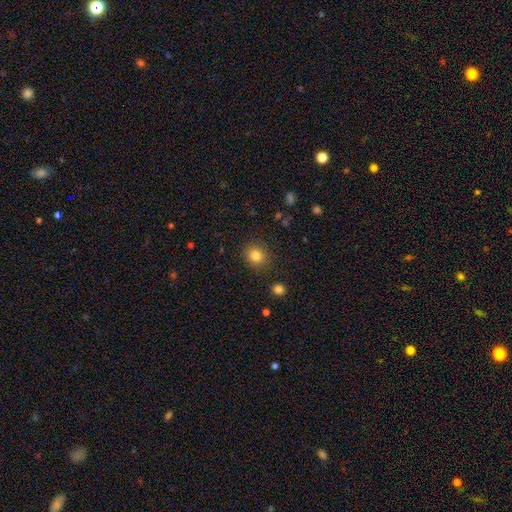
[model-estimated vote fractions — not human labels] smooth 82%, star or artifact 11%, featured or disk 6%. Down the decision tree: how rounded — round (81%); merging — none (88%).